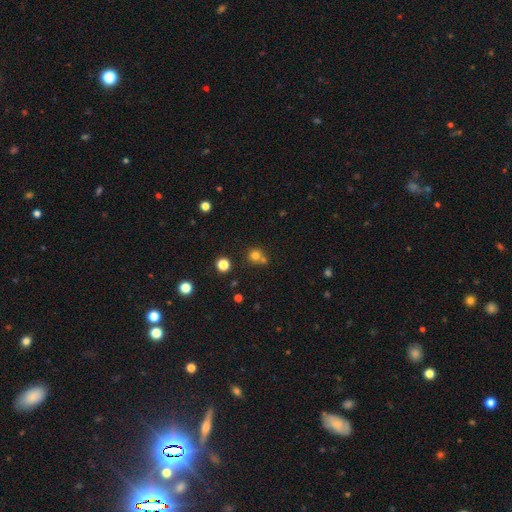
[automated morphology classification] type=smooth (75%); roundness=round (86%); merging=none (54%).